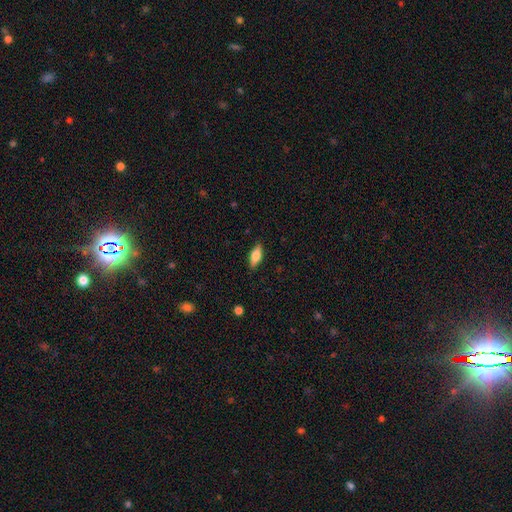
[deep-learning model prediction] Q: Smooth or featured?
A: smooth (75%); runner-up: featured or disk (19%)
Q: How rounded?
A: in between (77%); runner-up: cigar-shaped (21%)
Q: Merging?
A: none (88%); runner-up: minor disturbance (9%)